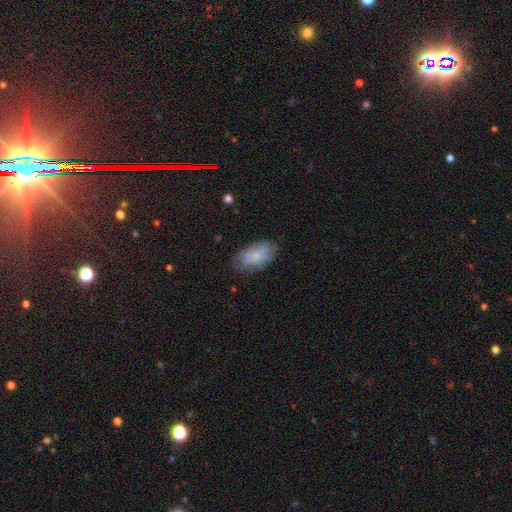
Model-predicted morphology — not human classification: This appears to be a smooth galaxy with no disk features (68%) that is in between round and cigar-shaped (93%). Merging: none (68%).